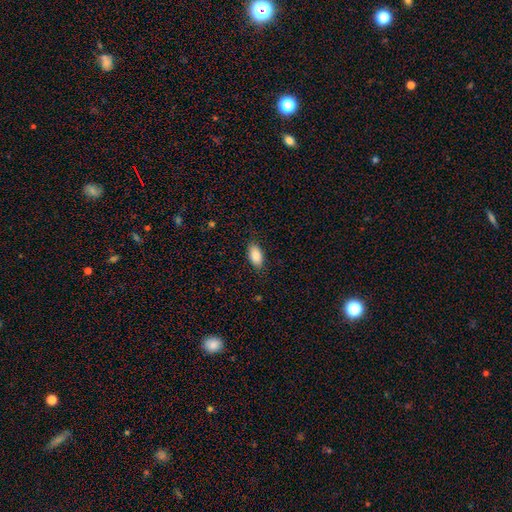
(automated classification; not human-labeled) A smooth galaxy with no disk features (88%) that is in between round and cigar-shaped (92%). Merging: none (85%).